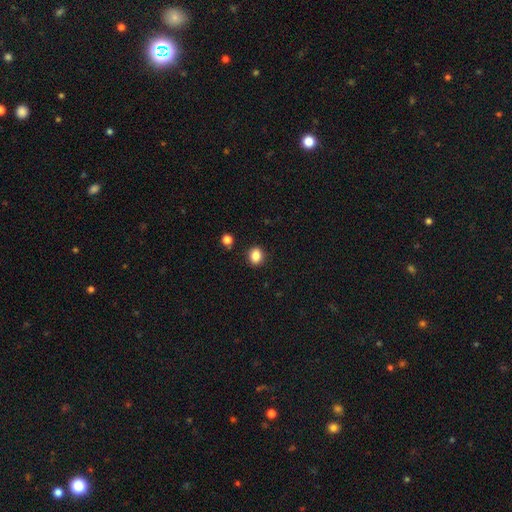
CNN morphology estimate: A smooth galaxy with no disk features (85%) that is round (58%). Merging: none (89%).